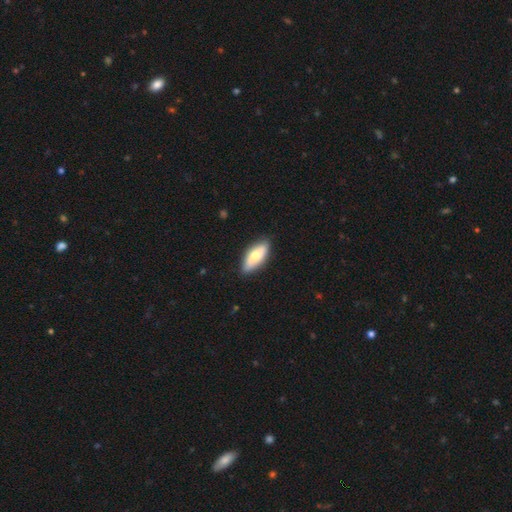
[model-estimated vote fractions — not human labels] Smooth or featured: smooth — 66% (featured or disk — 29%)
How rounded: in between — 74% (cigar-shaped — 24%)
Merging: none — 85% (minor disturbance — 12%)